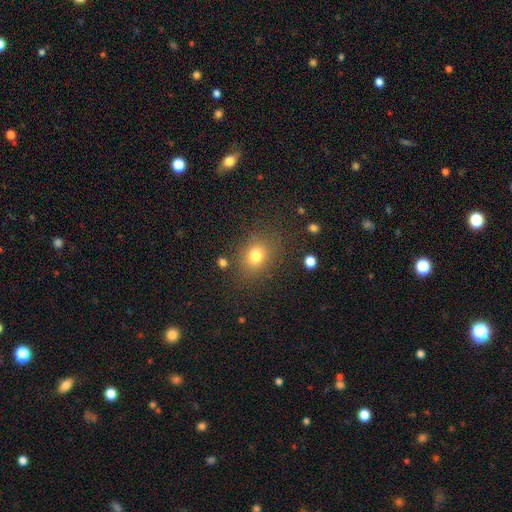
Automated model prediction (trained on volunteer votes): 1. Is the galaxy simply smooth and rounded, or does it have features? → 77% smooth, 14% star or artifact, 9% featured or disk.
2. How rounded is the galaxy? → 55% round, 44% in between, 1% cigar-shaped.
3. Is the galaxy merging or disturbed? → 80% none, 12% minor disturbance, 5% major disturbance, 3% merger.